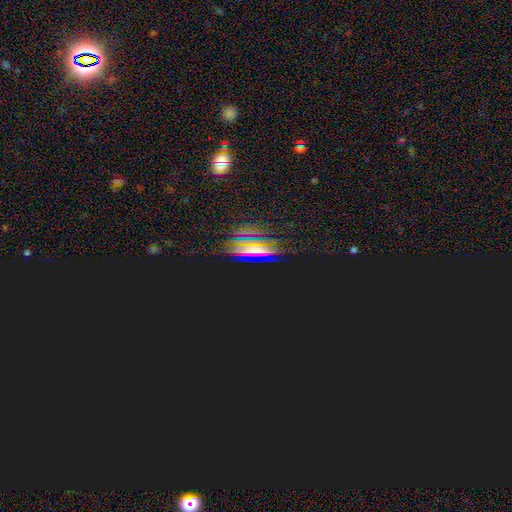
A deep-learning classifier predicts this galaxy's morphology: type=star or artifact (56%).